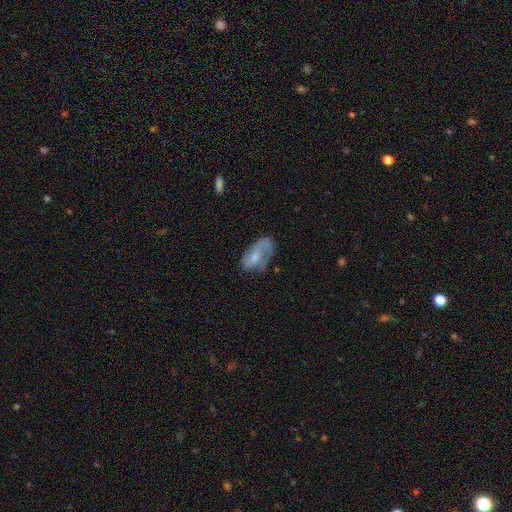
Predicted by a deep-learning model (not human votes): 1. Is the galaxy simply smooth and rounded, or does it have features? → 54% featured or disk, 38% smooth, 8% star or artifact.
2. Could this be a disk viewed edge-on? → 94% no, 6% yes.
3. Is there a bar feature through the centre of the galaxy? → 60% no, 33% weak, 7% strong.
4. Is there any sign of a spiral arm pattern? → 74% yes, 26% no.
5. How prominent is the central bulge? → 43% moderate, 42% small, 10% none, 4% large, 1% dominant.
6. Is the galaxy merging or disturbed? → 44% none, 29% minor disturbance, 25% major disturbance, 3% merger.